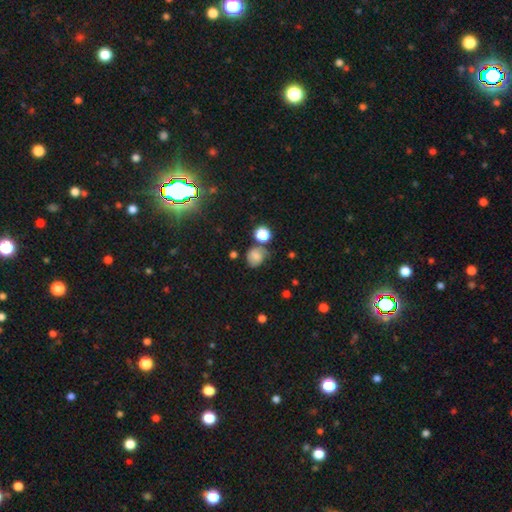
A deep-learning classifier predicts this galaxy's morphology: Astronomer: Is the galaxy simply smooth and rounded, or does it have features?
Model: smooth — 61%.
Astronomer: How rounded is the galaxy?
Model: round — 66%.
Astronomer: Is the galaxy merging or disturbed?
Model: none — 55%.